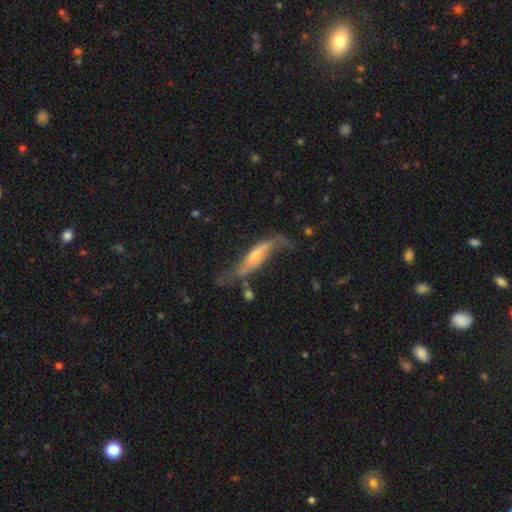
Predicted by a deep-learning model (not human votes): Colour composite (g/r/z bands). It shows a featured or disk galaxy (66%). Merging: none (45%).